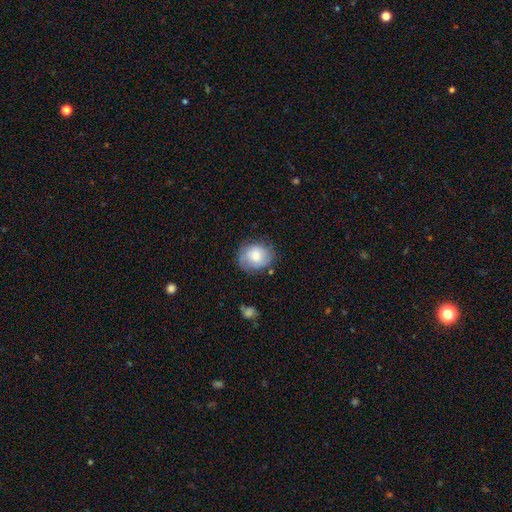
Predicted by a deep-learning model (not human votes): Smooth or featured?
  - smooth: 70% *
  - featured or disk: 22%
  - star or artifact: 8%
How rounded?
  - round: 63% *
  - in between: 36%
  - cigar-shaped: 1%
Merging?
  - none: 71% *
  - minor disturbance: 21%
  - major disturbance: 6%
  - merger: 2%